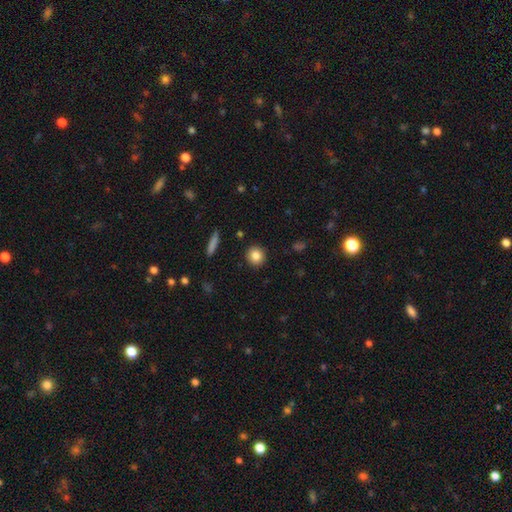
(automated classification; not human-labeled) Smooth or featured: smooth — 84% (star or artifact — 9%)
How rounded: round — 90% (in between — 9%)
Merging: none — 92% (minor disturbance — 5%)